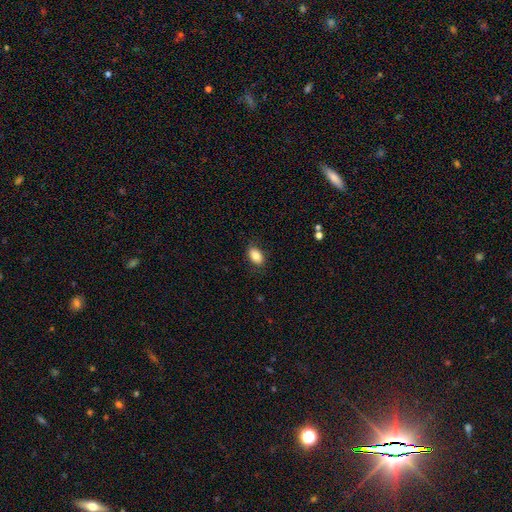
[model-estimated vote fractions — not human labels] Smooth or featured? Predicted: smooth (p=0.84). How rounded? Predicted: in between (p=0.87). Merging? Predicted: none (p=0.84).